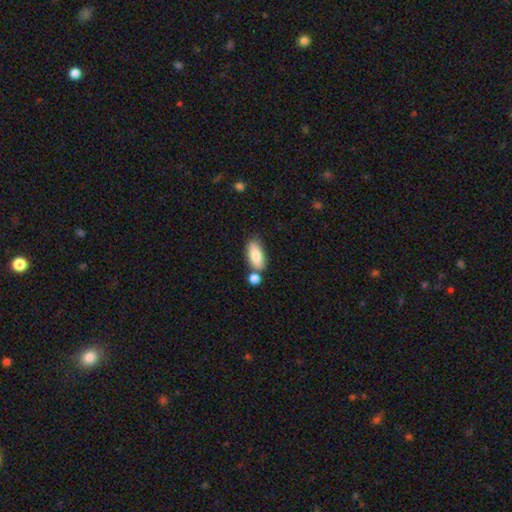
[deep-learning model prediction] Morphology: type=smooth (81%); roundness=in between (84%); merging=none (63%).